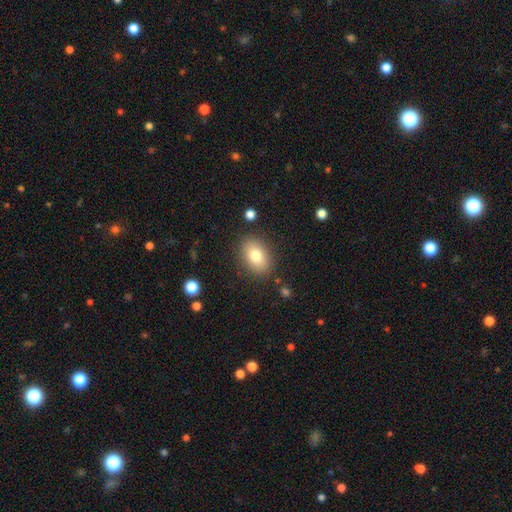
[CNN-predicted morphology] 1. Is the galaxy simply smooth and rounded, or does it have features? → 80% smooth, 12% featured or disk, 9% star or artifact.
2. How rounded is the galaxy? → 81% in between, 18% round, 1% cigar-shaped.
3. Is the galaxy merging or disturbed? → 85% none, 10% minor disturbance, 3% major disturbance, 2% merger.